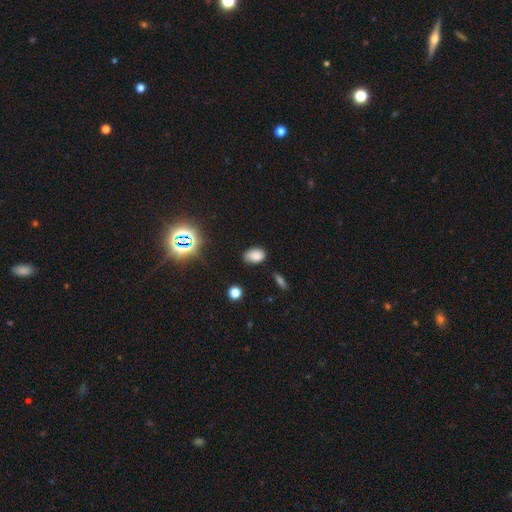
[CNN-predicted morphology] This is likely a smooth galaxy (78%). How rounded: clearly in between (87%). Merging: likely none (74%).